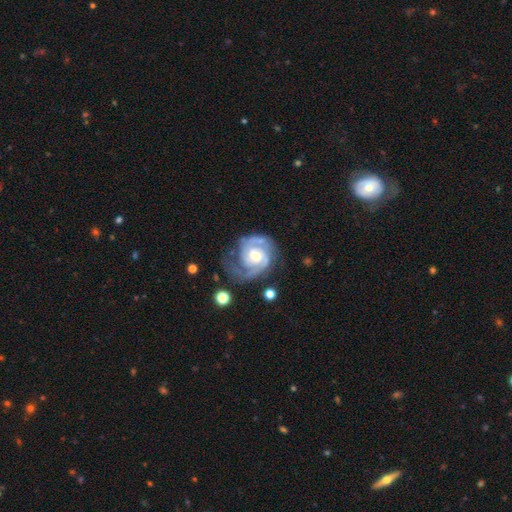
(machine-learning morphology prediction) A featured or disk galaxy (91%) with no bar (51%), 2 (65%) tight (56%) spiral arms (98%) and a moderate central bulge (56%). Merging: none (59%).